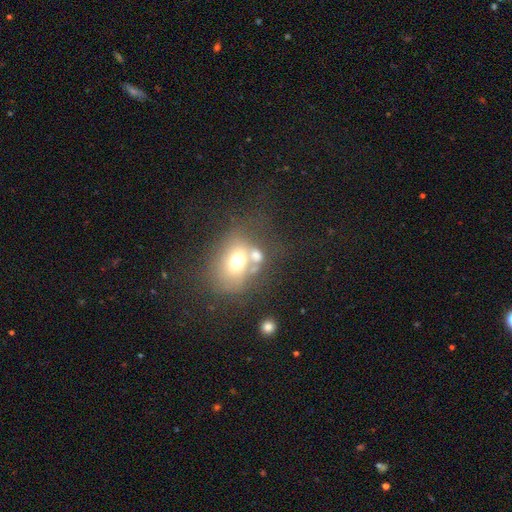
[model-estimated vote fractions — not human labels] Smooth or featured: smooth — 58% (featured or disk — 28%)
How rounded: in between — 56% (round — 42%)
Merging: merger — 43% (none — 30%)